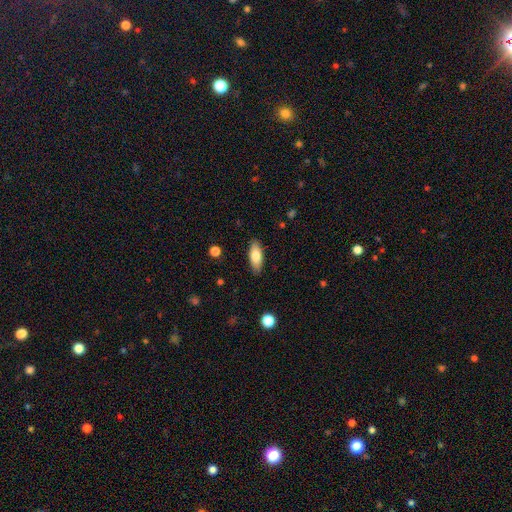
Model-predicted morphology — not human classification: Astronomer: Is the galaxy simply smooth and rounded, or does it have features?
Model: smooth — 79%.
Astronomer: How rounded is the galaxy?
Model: in between — 79%.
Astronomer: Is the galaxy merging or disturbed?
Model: none — 87%.